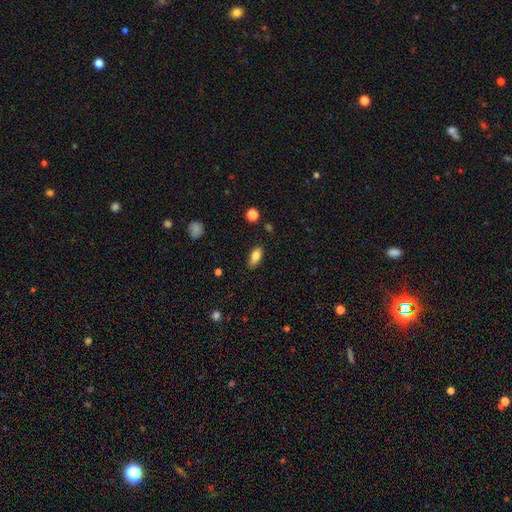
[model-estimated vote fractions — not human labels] Q: Smooth or featured?
A: smooth (81%); runner-up: featured or disk (11%)
Q: How rounded?
A: in between (83%); runner-up: cigar-shaped (13%)
Q: Merging?
A: none (79%); runner-up: minor disturbance (16%)